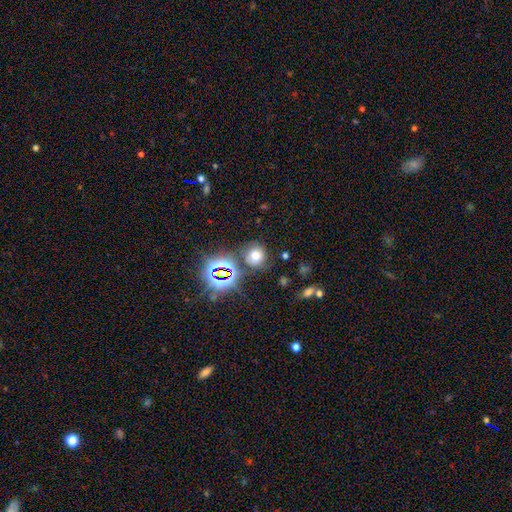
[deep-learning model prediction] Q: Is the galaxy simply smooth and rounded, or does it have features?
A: smooth — 61%.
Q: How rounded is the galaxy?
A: round — 85%.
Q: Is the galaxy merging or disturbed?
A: none — 74%.